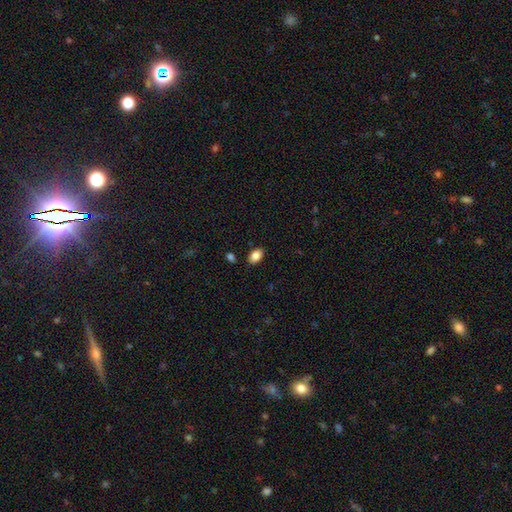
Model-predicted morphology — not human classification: smooth_or_featured: smooth (p=0.86) [alt: star or artifact p=0.08]
how_rounded: in between (p=0.88) [alt: round p=0.11]
merging: none (p=0.85) [alt: minor disturbance p=0.10]